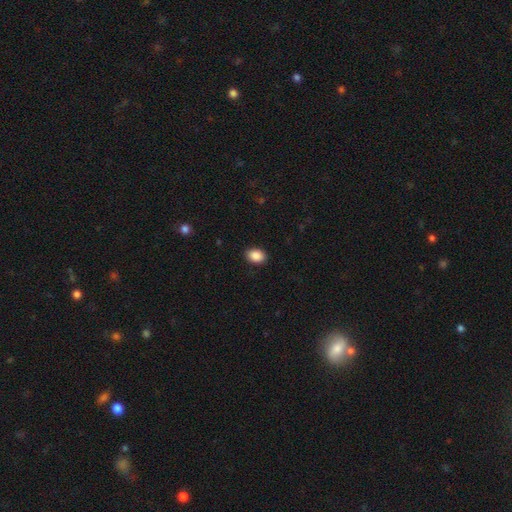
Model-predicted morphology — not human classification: Overall: smooth (89%). How rounded: in between (79%). Merging: none (90%).